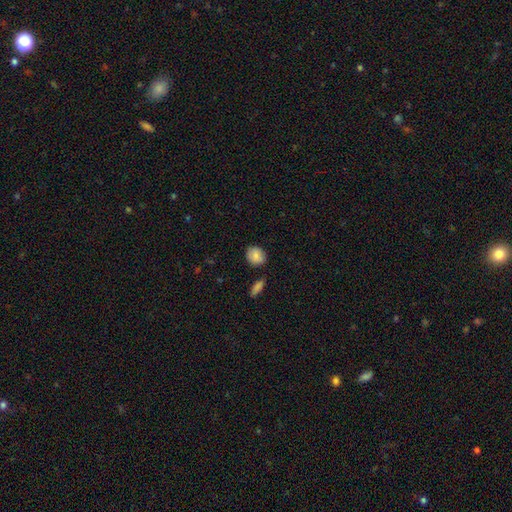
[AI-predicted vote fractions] This appears to be a smooth galaxy with no disk features (86%) that is round (66%). Merging: none (81%).